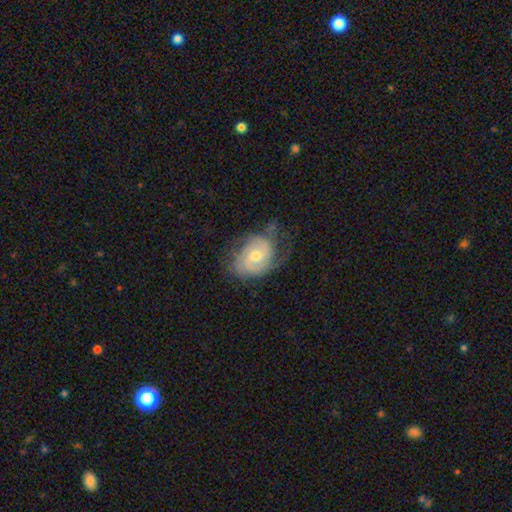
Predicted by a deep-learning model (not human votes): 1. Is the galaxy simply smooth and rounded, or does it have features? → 74% featured or disk, 20% smooth, 6% star or artifact.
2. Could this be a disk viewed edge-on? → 97% no, 3% yes.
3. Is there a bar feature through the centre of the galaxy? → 61% no, 34% weak, 5% strong.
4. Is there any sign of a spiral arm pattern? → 90% yes, 10% no.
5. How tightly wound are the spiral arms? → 53% tight, 35% medium, 12% loose.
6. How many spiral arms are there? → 50% 2, 28% can't tell, 11% 3, 5% 1, 3% 4, 3% more than 4.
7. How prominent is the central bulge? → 61% moderate, 33% small, 3% large, 1% none, 1% dominant.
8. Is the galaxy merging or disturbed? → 57% none, 27% minor disturbance, 14% major disturbance, 2% merger.